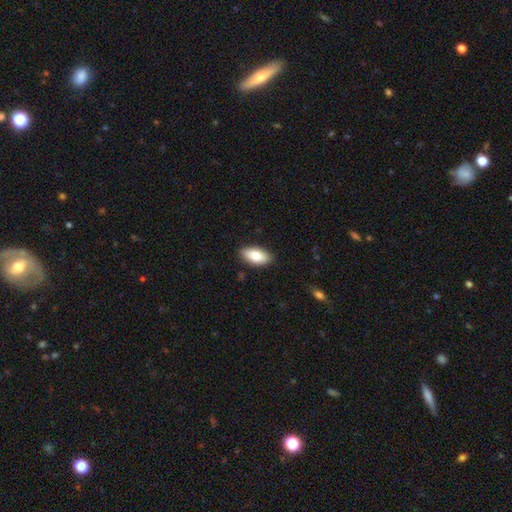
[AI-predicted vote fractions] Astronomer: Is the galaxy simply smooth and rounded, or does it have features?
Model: smooth — 81%.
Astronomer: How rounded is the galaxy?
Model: in between — 92%.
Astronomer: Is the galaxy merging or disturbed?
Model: none — 88%.